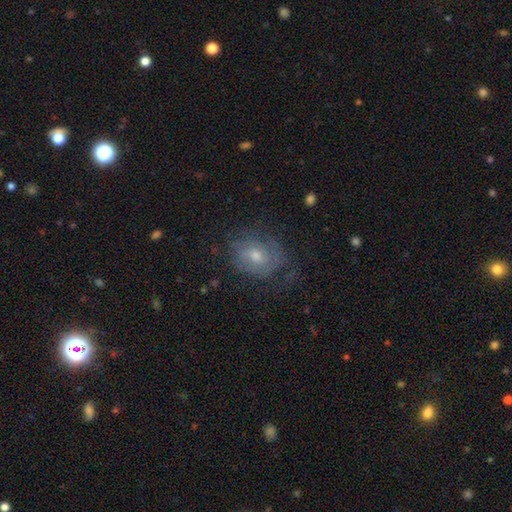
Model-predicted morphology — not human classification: Smooth or featured? Predicted: featured or disk (p=0.49). Merging? Predicted: none (p=0.61).